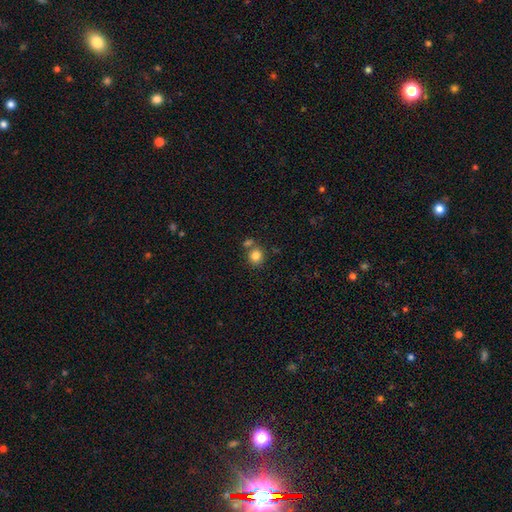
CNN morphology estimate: Smooth or featured? Predicted: smooth (p=0.83). How rounded? Predicted: round (p=0.83). Merging? Predicted: none (p=0.65).